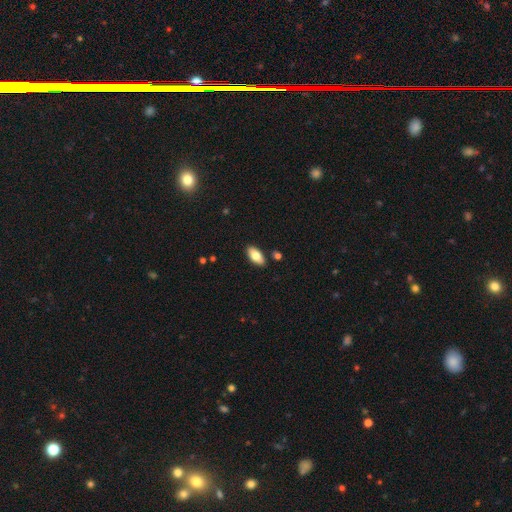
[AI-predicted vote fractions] smooth_or_featured: smooth (p=0.78) [alt: featured or disk p=0.15]
how_rounded: in between (p=0.91) [alt: cigar-shaped p=0.06]
merging: none (p=0.87) [alt: minor disturbance p=0.09]